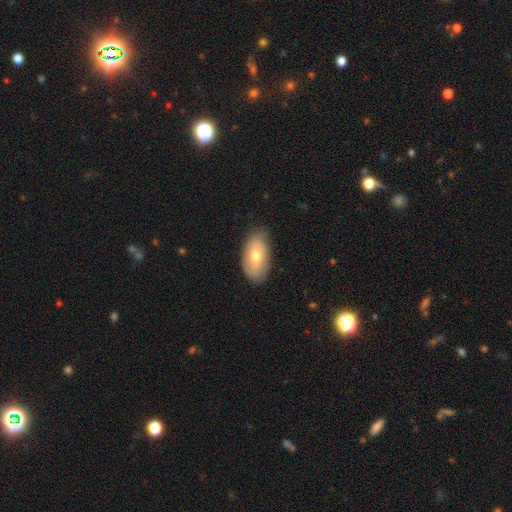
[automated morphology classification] A smooth galaxy with no disk features (59%) that is in between round and cigar-shaped (93%).

Vote fractions:
- Smooth or featured? smooth: 59% / featured or disk: 34% / star or artifact: 7%
- How rounded? in between: 93% / round: 4% / cigar-shaped: 2%
- Merging? none: 81% / minor disturbance: 15% / major disturbance: 3% / merger: 1%